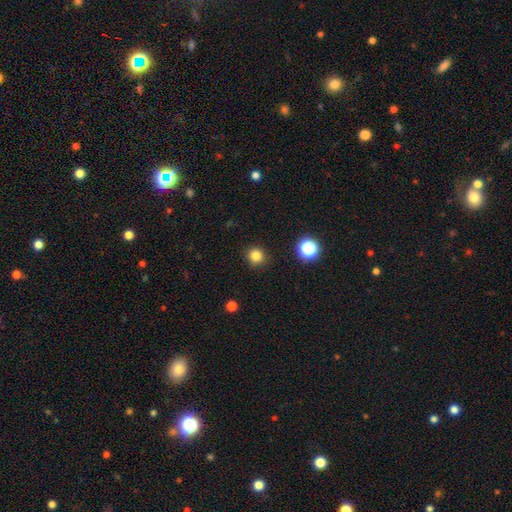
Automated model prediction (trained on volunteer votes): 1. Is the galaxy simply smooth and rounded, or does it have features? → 82% smooth, 14% star or artifact, 4% featured or disk.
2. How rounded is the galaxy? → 93% round, 6% in between, 1% cigar-shaped.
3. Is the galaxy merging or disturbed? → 91% none, 6% minor disturbance, 2% major disturbance, 1% merger.